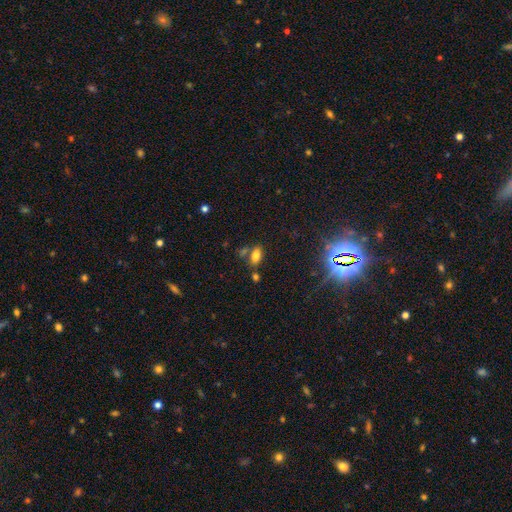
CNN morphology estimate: This appears to be a smooth galaxy with no disk features (77%) that is in between round and cigar-shaped (89%). Merging: none (66%).